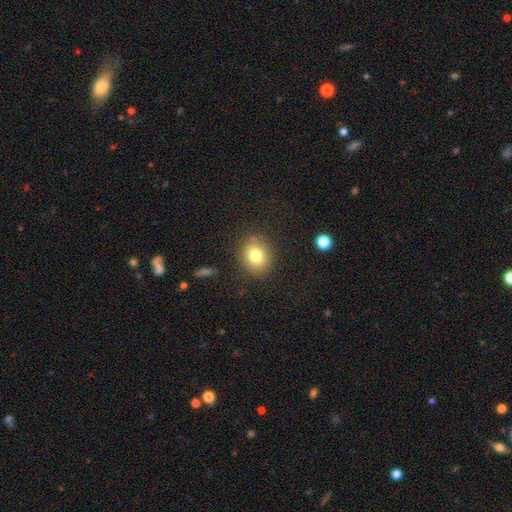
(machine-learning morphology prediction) A smooth galaxy with no disk features (78%) that is round (66%).

Vote fractions:
- Smooth or featured? smooth: 78% / star or artifact: 11% / featured or disk: 11%
- How rounded? round: 66% / in between: 33% / cigar-shaped: 1%
- Merging? none: 83% / minor disturbance: 11% / major disturbance: 4% / merger: 3%